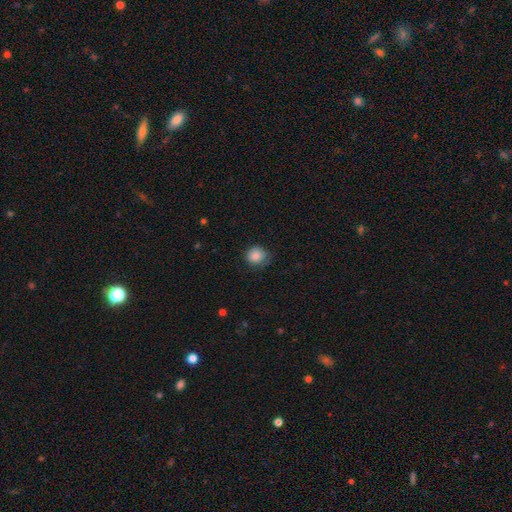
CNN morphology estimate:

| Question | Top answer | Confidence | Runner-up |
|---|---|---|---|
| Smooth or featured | smooth | 85% | star or artifact (9%) |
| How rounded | round | 83% | in between (17%) |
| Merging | none | 69% | minor disturbance (24%) |